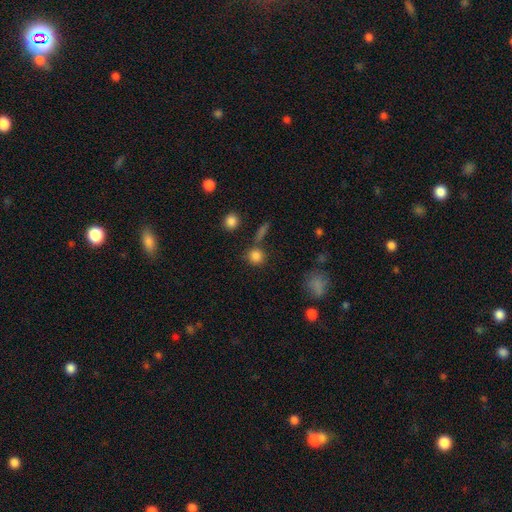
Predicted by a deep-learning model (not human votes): smooth-or-featured: smooth: 83% | star or artifact: 11% | featured or disk: 5%
  how-rounded: round: 89% | in between: 9% | cigar-shaped: 1%
  merging: none: 74% | merger: 13% | minor disturbance: 9% | major disturbance: 4%